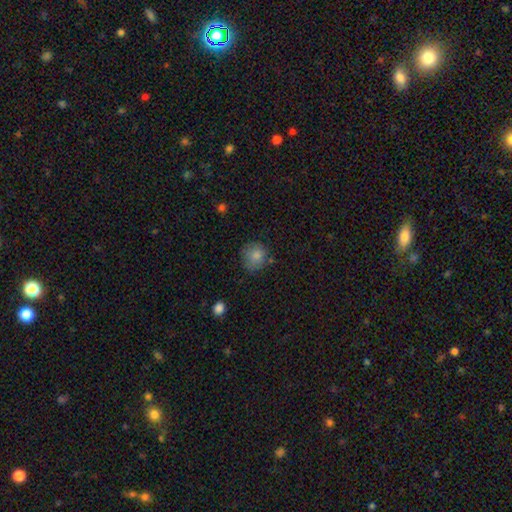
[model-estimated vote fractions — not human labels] Smooth or featured?
  - smooth: 82% *
  - star or artifact: 9%
  - featured or disk: 8%
How rounded?
  - round: 83% *
  - in between: 16%
  - cigar-shaped: 1%
Merging?
  - none: 71% *
  - minor disturbance: 20%
  - major disturbance: 5%
  - merger: 4%